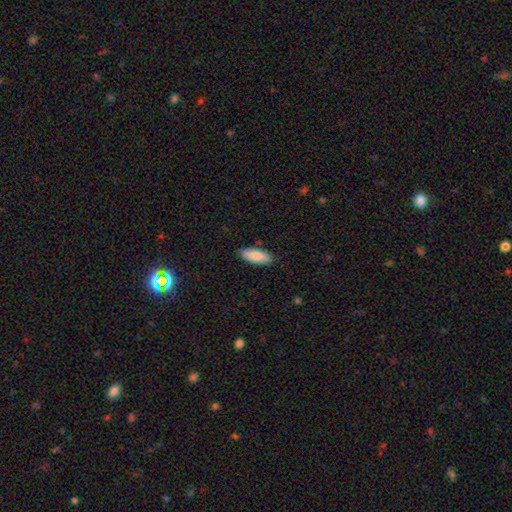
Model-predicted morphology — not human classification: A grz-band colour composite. It shows a smooth galaxy with no disk features (88%) that is in between round and cigar-shaped (69%). Merging: none (88%).